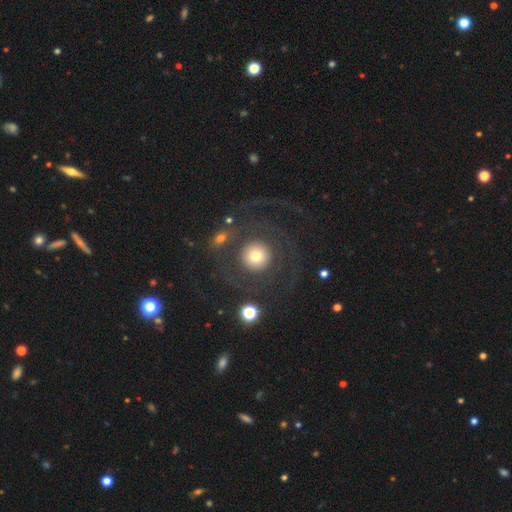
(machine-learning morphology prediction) smooth-or-featured: smooth: 58% | featured or disk: 31% | star or artifact: 11%
  how-rounded: round: 94% | in between: 5% | cigar-shaped: 1%
  merging: none: 69% | major disturbance: 17% | minor disturbance: 10% | merger: 4%